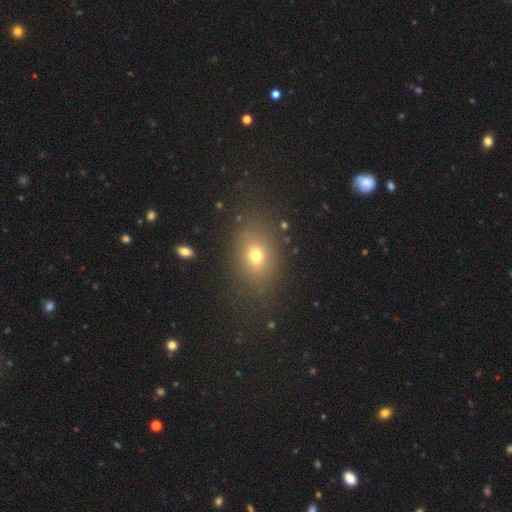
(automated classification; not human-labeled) A smooth galaxy with no disk features (69%) that is in between round and cigar-shaped (71%).

Vote fractions:
- Smooth or featured? smooth: 69% / star or artifact: 17% / featured or disk: 15%
- How rounded? in between: 71% / round: 27% / cigar-shaped: 2%
- Merging? none: 81% / minor disturbance: 11% / major disturbance: 6% / merger: 2%